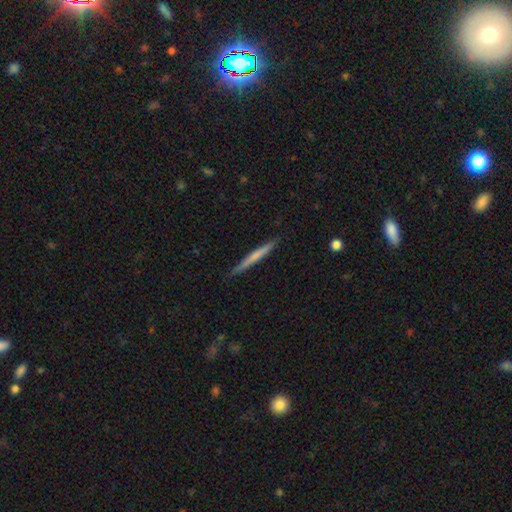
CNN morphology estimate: Q: Smooth or featured?
A: smooth (55%); runner-up: featured or disk (39%)
Q: How rounded?
A: cigar-shaped (97%); runner-up: in between (2%)
Q: Merging?
A: none (88%); runner-up: minor disturbance (9%)